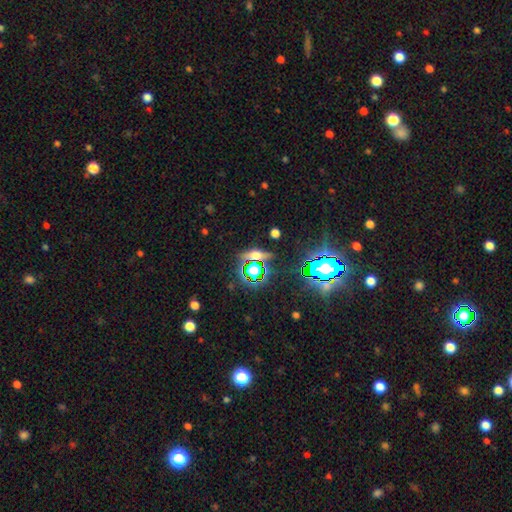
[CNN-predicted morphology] Smooth or featured? Predicted: star or artifact (p=0.50).